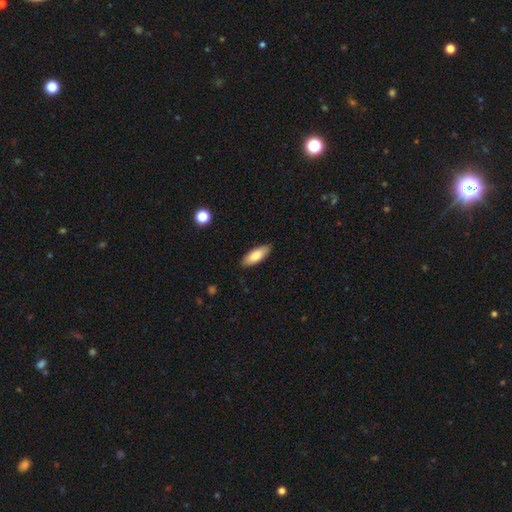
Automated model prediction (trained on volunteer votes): smooth-or-featured: smooth: 81% | featured or disk: 13% | star or artifact: 6%
  how-rounded: in between: 72% | cigar-shaped: 26% | round: 2%
  merging: none: 86% | minor disturbance: 11% | major disturbance: 2% | merger: 1%